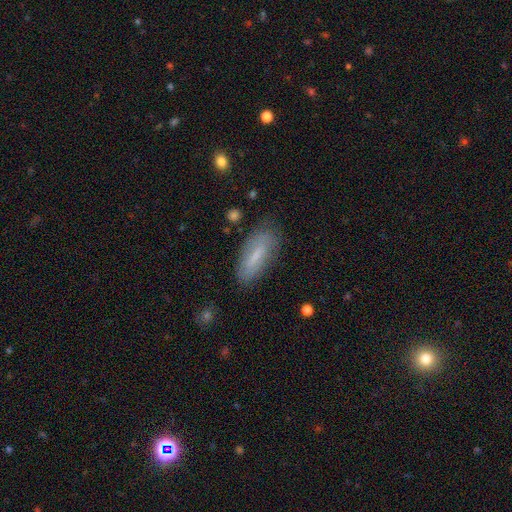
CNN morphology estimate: smooth-or-featured: smooth: 65% | featured or disk: 27% | star or artifact: 8%
  how-rounded: in between: 64% | cigar-shaped: 34% | round: 2%
  merging: none: 77% | minor disturbance: 17% | major disturbance: 5% | merger: 2%